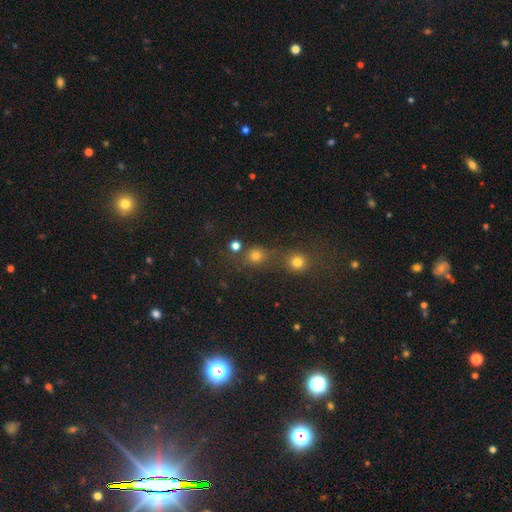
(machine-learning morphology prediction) smooth 71%, star or artifact 21%, featured or disk 8%. Down the decision tree: how rounded — round (87%); merging — none (57%).